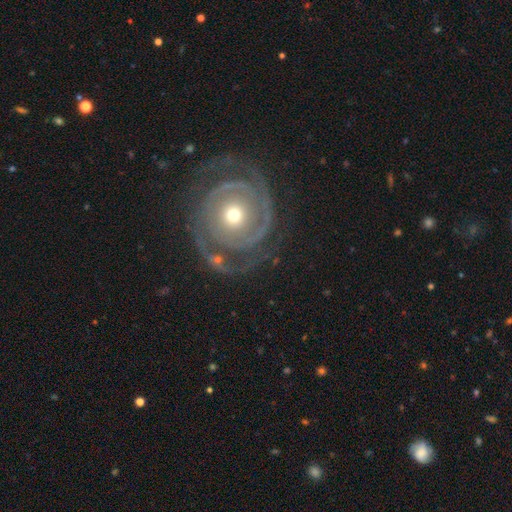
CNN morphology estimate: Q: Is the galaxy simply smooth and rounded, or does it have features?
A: featured or disk — 89%.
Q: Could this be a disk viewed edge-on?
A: no — 97%.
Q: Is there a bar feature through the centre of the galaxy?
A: no — 75%.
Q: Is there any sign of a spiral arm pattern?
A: yes — 97%.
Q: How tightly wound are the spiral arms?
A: tight — 80%.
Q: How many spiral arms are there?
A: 2 — 62%.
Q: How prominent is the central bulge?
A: moderate — 57%.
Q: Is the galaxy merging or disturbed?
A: none — 78%.